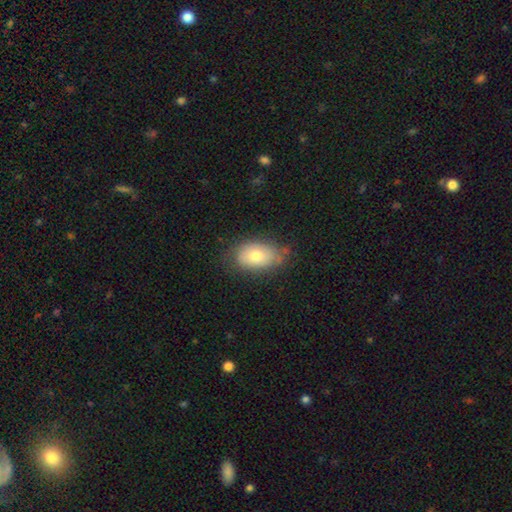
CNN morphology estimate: A smooth galaxy with no disk features (73%) that is in between round and cigar-shaped (88%). Merging: none (69%).